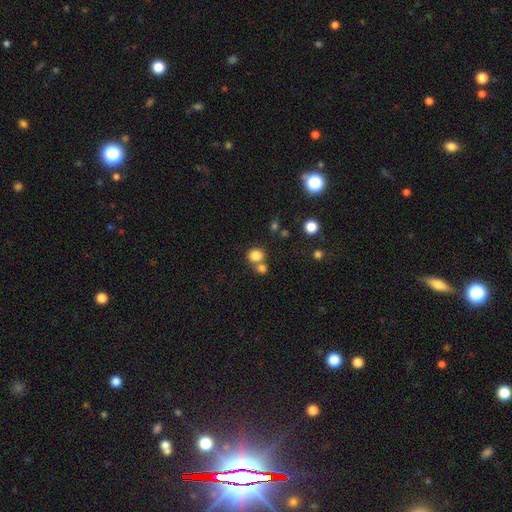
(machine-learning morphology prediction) This appears to be a smooth galaxy with no disk features (81%) that is round (78%). Merging: none (51%).